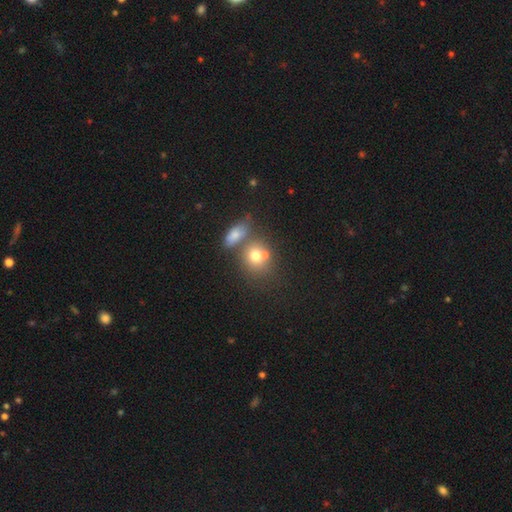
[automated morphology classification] Smooth or featured? Predicted: smooth (p=0.70). How rounded? Predicted: round (p=0.68). Merging? Predicted: merger (p=0.43).